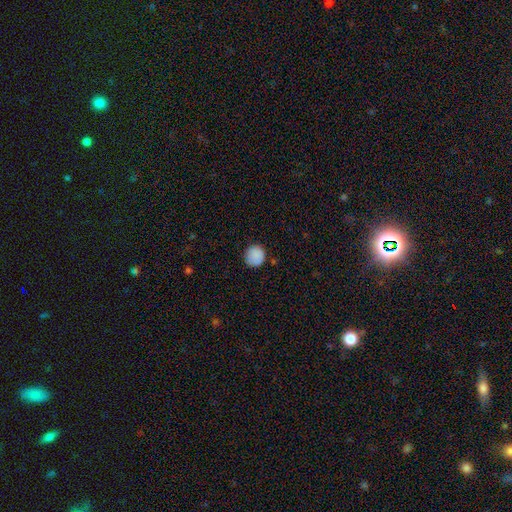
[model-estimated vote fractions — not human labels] smooth 88%, star or artifact 9%, featured or disk 3%. Down the decision tree: how rounded — round (93%); merging — none (87%).